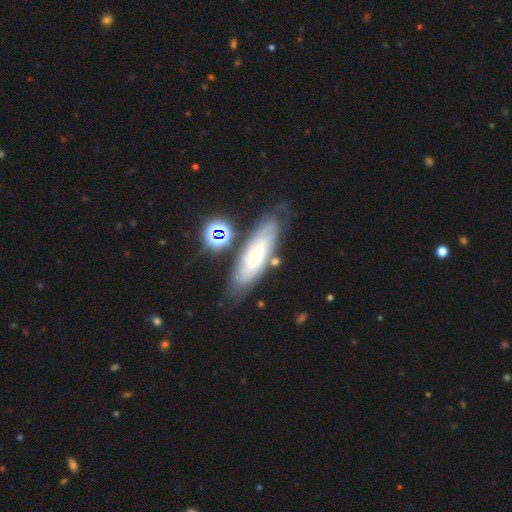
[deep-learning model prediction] A featured or disk galaxy (62%). Merging: none (72%).